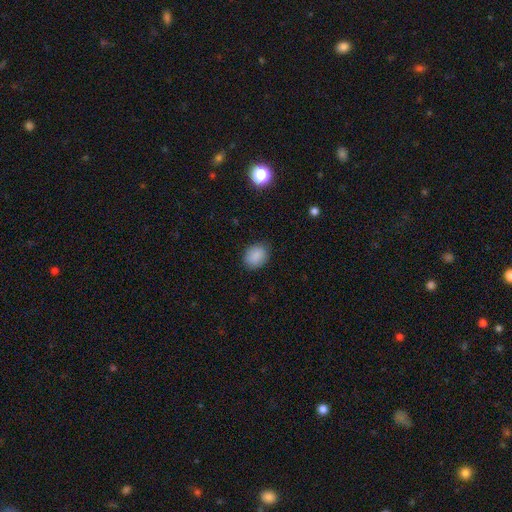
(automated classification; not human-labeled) smooth-or-featured: smooth: 88% | star or artifact: 9% | featured or disk: 3%
  how-rounded: in between: 51% | round: 48% | cigar-shaped: 1%
  merging: none: 84% | minor disturbance: 12% | major disturbance: 3% | merger: 1%